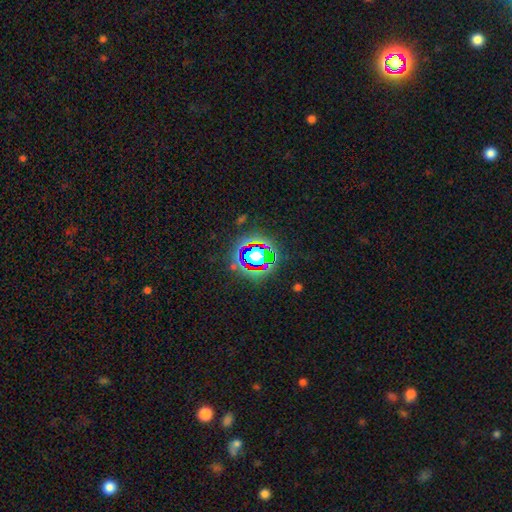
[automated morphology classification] type=star or artifact (64%).